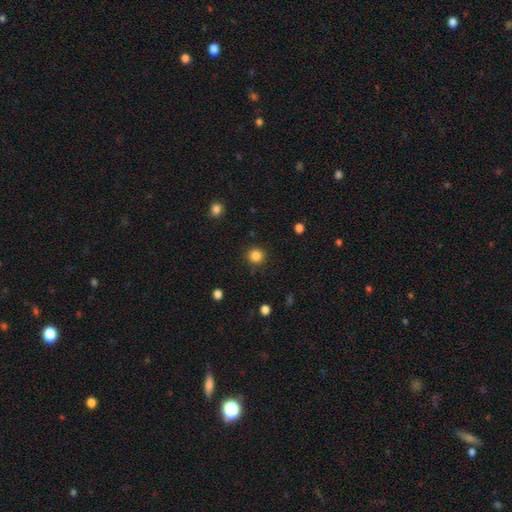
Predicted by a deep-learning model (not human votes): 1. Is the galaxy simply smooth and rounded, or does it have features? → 84% smooth, 12% star or artifact, 4% featured or disk.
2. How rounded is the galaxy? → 93% round, 6% in between, 1% cigar-shaped.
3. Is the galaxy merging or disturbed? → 88% none, 8% minor disturbance, 3% major disturbance, 1% merger.